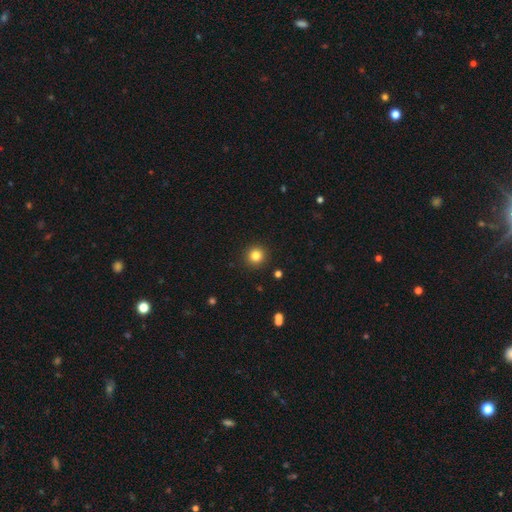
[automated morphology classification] Smooth or featured? smooth (83%)
How rounded? round (94%)
Merging? none (92%)